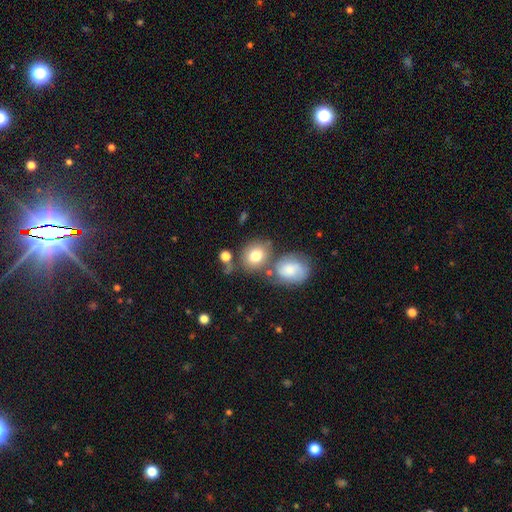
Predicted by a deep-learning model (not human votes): The model was most divided on "how rounded": round: 61%, in between: 38%, cigar-shaped: 1%. More confident: smooth or featured — smooth (76%); merging — none (54%).